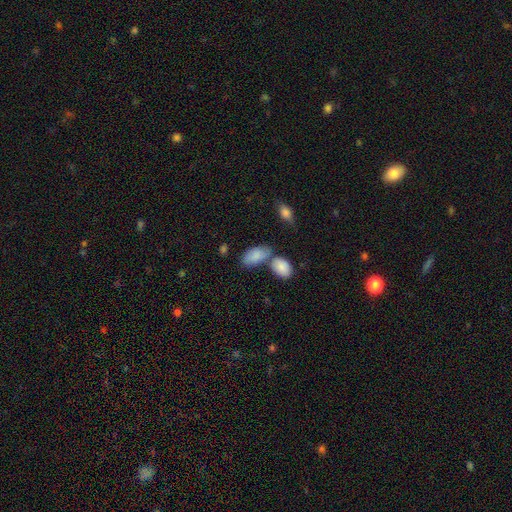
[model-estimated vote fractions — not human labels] This appears to be a smooth galaxy with no disk features (83%) that is in between round and cigar-shaped (93%). Merging: none (45%).